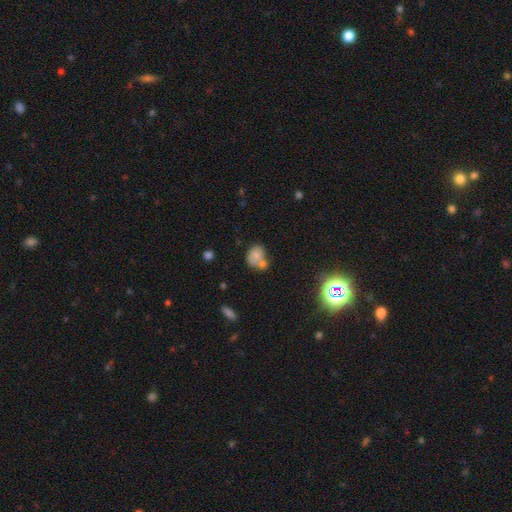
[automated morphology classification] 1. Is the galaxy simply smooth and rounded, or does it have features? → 74% smooth, 15% featured or disk, 12% star or artifact.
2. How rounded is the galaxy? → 53% in between, 46% round, 1% cigar-shaped.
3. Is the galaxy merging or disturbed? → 40% none, 39% merger, 15% minor disturbance, 6% major disturbance.